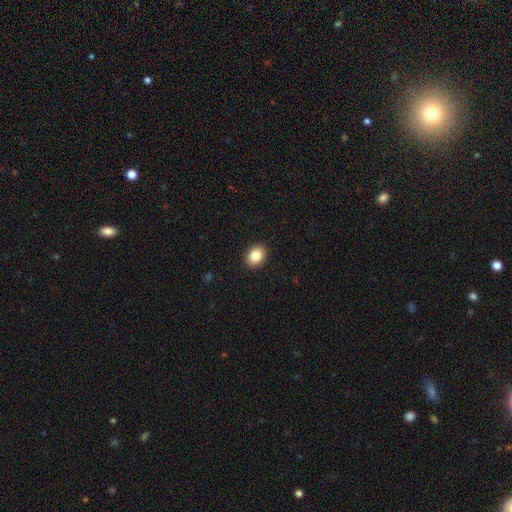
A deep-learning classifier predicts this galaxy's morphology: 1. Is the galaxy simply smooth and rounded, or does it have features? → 85% smooth, 9% star or artifact, 6% featured or disk.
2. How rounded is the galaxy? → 64% in between, 36% round, 1% cigar-shaped.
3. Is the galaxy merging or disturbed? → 91% none, 7% minor disturbance, 2% major disturbance, 1% merger.